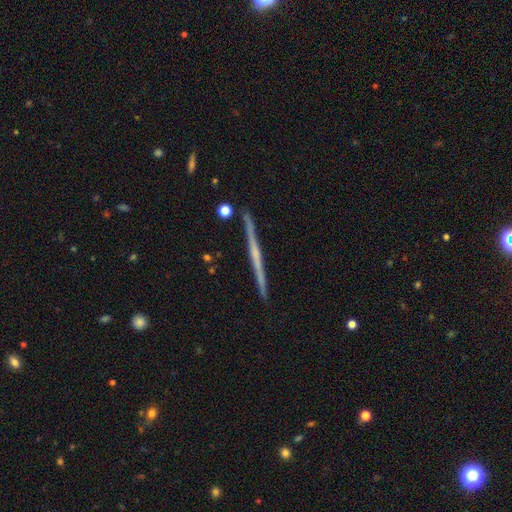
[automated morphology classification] This appears to be a featured or disk galaxy (73%) viewed edge-on (98%) with no central bulge (59%). Merging: none (92%).